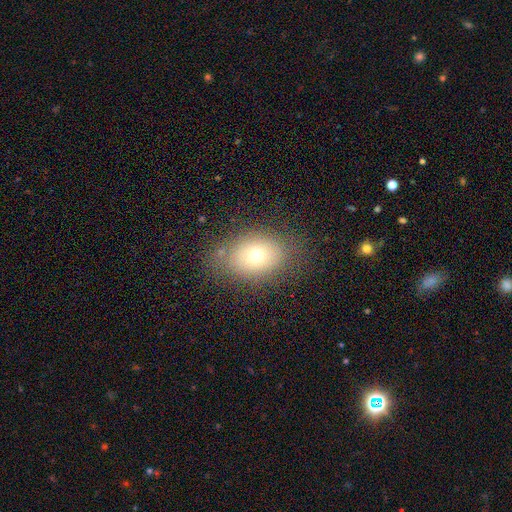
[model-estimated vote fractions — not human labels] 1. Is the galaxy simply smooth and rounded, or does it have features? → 69% smooth, 17% featured or disk, 14% star or artifact.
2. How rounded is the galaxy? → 65% in between, 34% round, 1% cigar-shaped.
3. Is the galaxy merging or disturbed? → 76% none, 15% minor disturbance, 7% major disturbance, 2% merger.